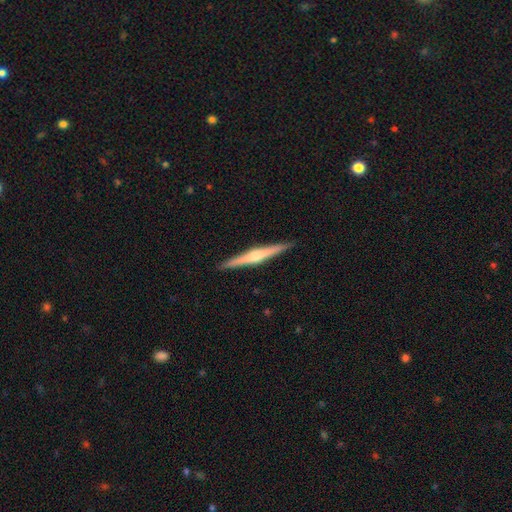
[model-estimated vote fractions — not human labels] Smooth or featured? Predicted: featured or disk (p=0.74). Edge-on disk? Predicted: yes (p=0.98). Edge-on bulge? Predicted: rounded (p=0.81). Merging? Predicted: none (p=0.92).